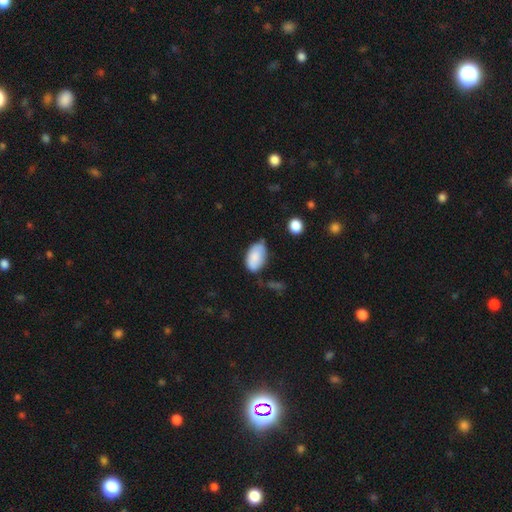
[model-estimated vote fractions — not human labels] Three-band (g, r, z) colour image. It shows a smooth galaxy with no disk features (84%) that is in between round and cigar-shaped (94%). Merging: none (53%).